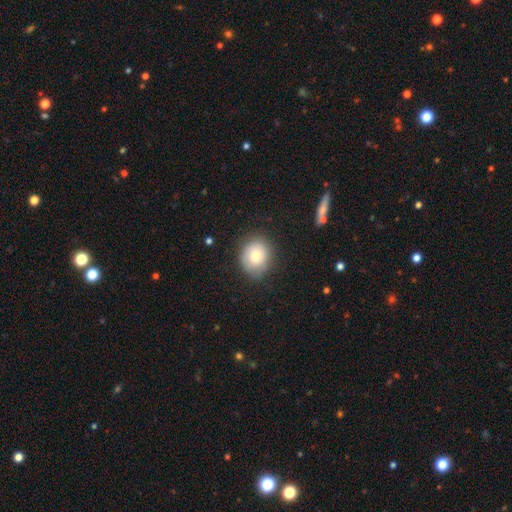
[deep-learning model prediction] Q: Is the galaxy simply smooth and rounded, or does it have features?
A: smooth — 74%.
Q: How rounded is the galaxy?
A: round — 68%.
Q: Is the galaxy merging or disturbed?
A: none — 76%.